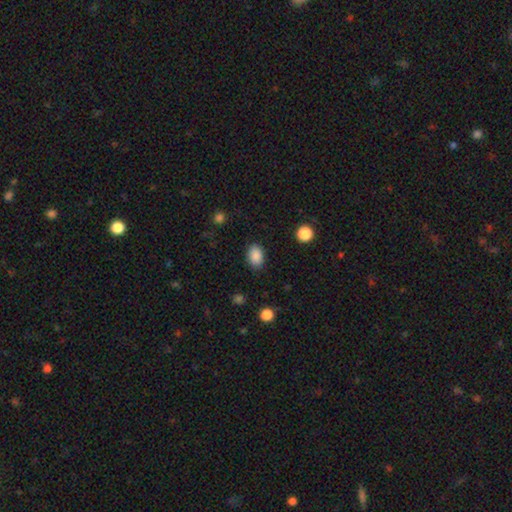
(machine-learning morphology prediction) smooth 88%, star or artifact 8%, featured or disk 4%. Down the decision tree: how rounded — in between (84%); merging — none (86%).